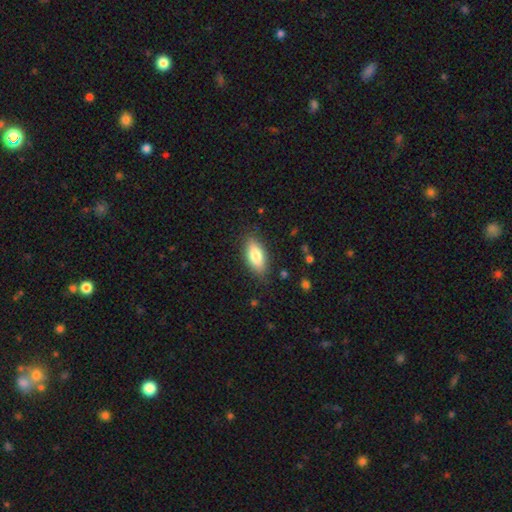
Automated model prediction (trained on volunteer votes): Q: Smooth or featured?
A: smooth (79%); runner-up: featured or disk (14%)
Q: How rounded?
A: in between (83%); runner-up: cigar-shaped (15%)
Q: Merging?
A: none (84%); runner-up: minor disturbance (12%)